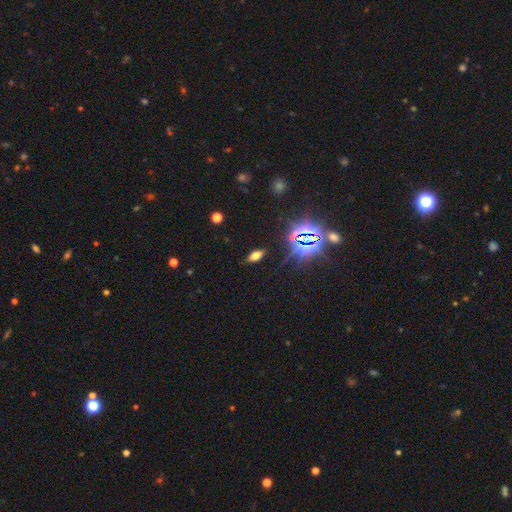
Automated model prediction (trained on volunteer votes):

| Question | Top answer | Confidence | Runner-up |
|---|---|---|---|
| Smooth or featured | smooth | 53% | star or artifact (31%) |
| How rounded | in between | 79% | cigar-shaped (16%) |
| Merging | none | 87% | minor disturbance (9%) |